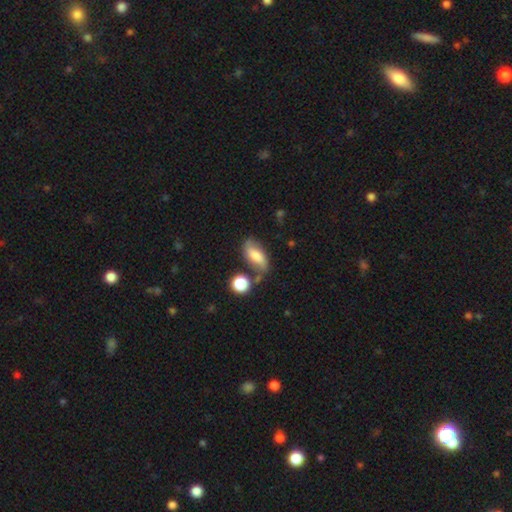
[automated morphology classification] A smooth galaxy with no disk features (56%) that is in between round and cigar-shaped (81%). Merging: none (62%).